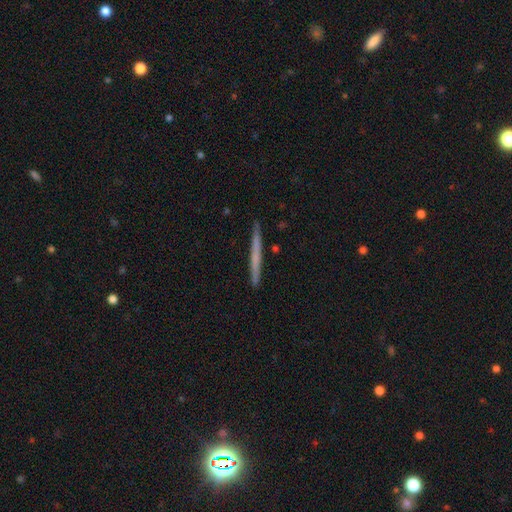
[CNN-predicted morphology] smooth 51%, featured or disk 44%, star or artifact 6%. Down the decision tree: how rounded — cigar-shaped (97%); merging — none (91%).